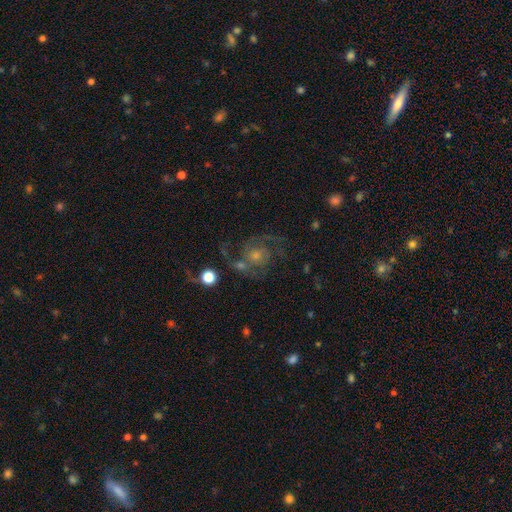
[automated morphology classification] Smooth or featured?
  - featured or disk: 82% *
  - star or artifact: 10%
  - smooth: 8%
Edge-on disk?
  - no: 98% *
  - yes: 2%
Bar?
  - no: 73% *
  - weak: 22%
  - strong: 4%
Spiral arms?
  - yes: 96% *
  - no: 4%
Spiral winding?
  - medium: 53% *
  - tight: 30%
  - loose: 17%
Spiral arm count?
  - 2: 77% *
  - 3: 8%
  - can't tell: 7%
  - 1: 3%
  - 4: 3%
  - more than 4: 3%
Bulge size?
  - moderate: 45% *
  - small: 44%
  - large: 5%
  - none: 5%
  - dominant: 2%
Merging?
  - none: 65% *
  - minor disturbance: 14%
  - major disturbance: 11%
  - merger: 10%